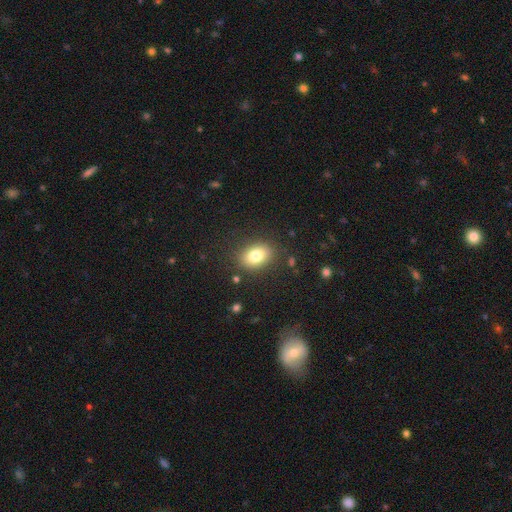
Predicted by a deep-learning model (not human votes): Overall: smooth (80%). How rounded: in between (77%). Merging: none (84%).